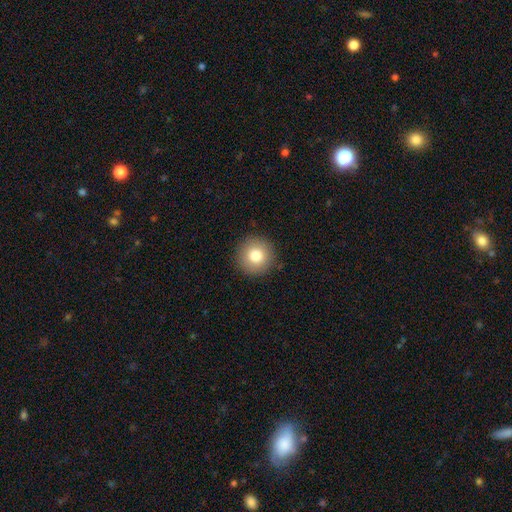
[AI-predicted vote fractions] Morphology: type=smooth (80%); roundness=round (96%); merging=none (91%).